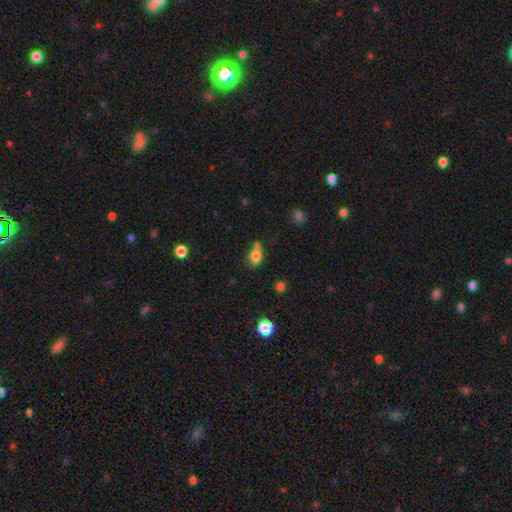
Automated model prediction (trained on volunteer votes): A smooth galaxy with no disk features (80%) that is in between round and cigar-shaped (51%).

Vote fractions:
- Smooth or featured? smooth: 80% / star or artifact: 12% / featured or disk: 8%
- How rounded? in between: 51% / round: 48% / cigar-shaped: 1%
- Merging? none: 49% / merger: 29% / minor disturbance: 17% / major disturbance: 6%